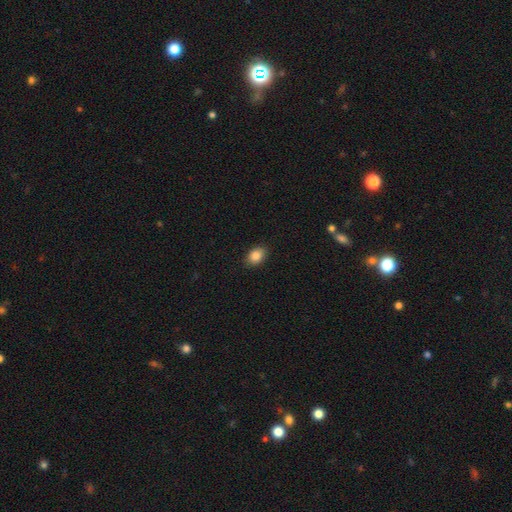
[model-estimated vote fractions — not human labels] This is clearly a smooth galaxy (87%). How rounded: clearly in between (82%). Merging: clearly none (87%).